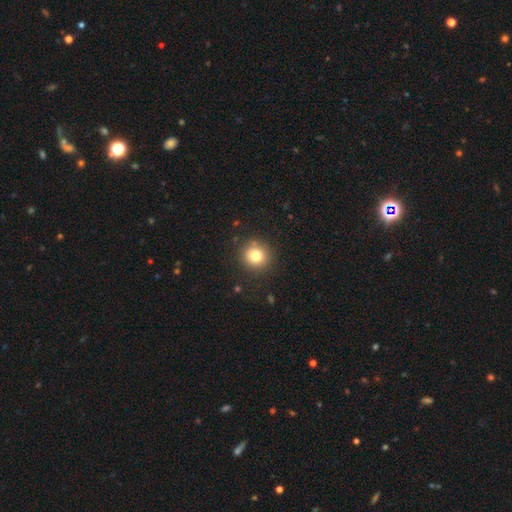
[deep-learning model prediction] Morphology: type=smooth (79%); roundness=round (94%); merging=none (88%).